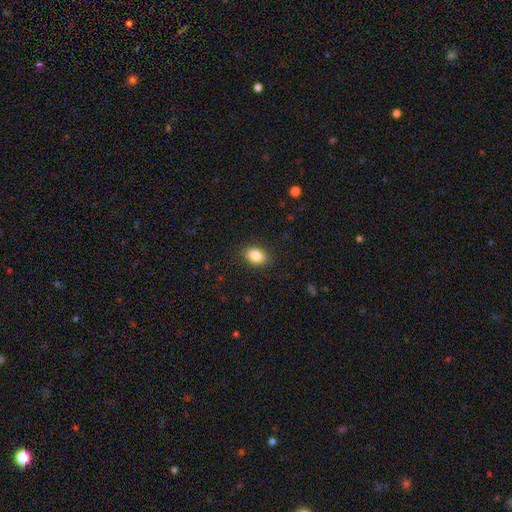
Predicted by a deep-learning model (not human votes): Overall: smooth (86%). How rounded: in between (81%). Merging: none (88%).